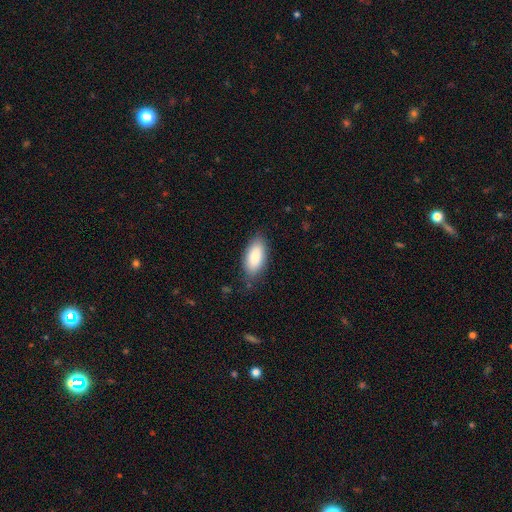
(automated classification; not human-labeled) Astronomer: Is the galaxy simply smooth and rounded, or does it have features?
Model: smooth — 87%.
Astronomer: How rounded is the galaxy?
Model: in between — 90%.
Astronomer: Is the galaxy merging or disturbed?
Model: none — 81%.